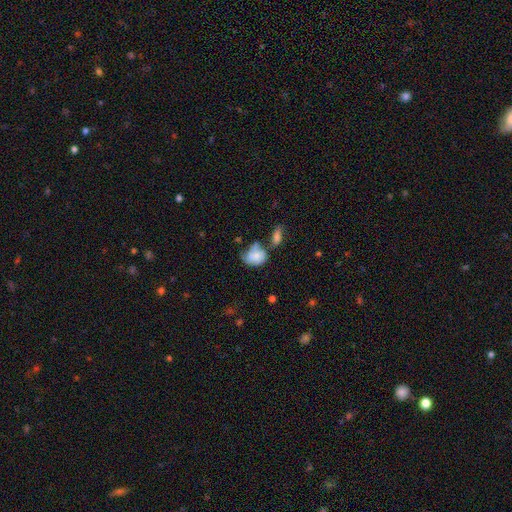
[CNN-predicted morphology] This is likely a smooth galaxy (73%). How rounded: likely in between (62%). Merging: marginally merger (32%).